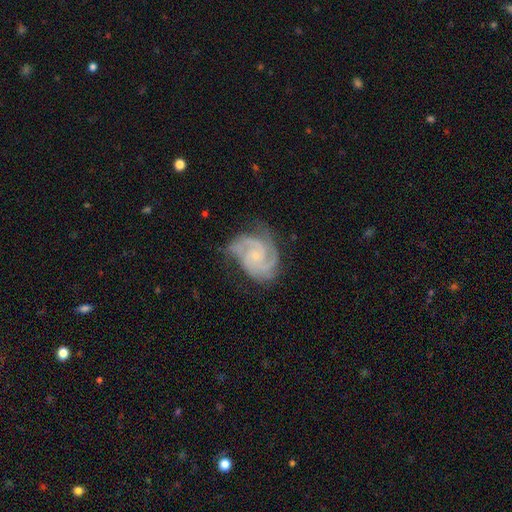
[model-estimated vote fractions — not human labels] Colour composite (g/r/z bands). It shows a featured or disk galaxy (91%) with no bar (69%), 3 (46%) tight (57%) spiral arms (98%) and a small central bulge (77%). Merging: none (68%).